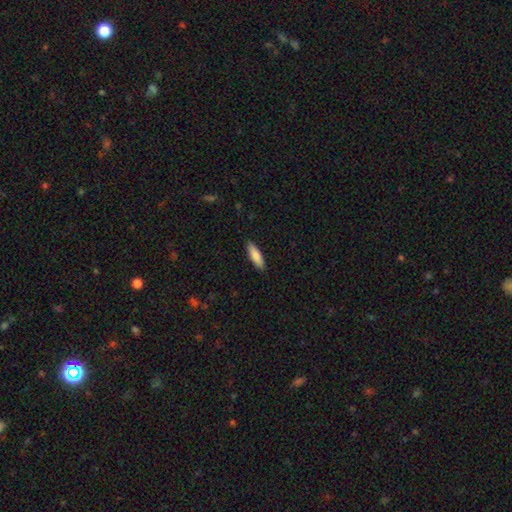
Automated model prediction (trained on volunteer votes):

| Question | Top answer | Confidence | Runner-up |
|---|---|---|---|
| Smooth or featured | smooth | 83% | featured or disk (11%) |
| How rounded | cigar-shaped | 56% | in between (43%) |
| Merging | none | 90% | minor disturbance (8%) |